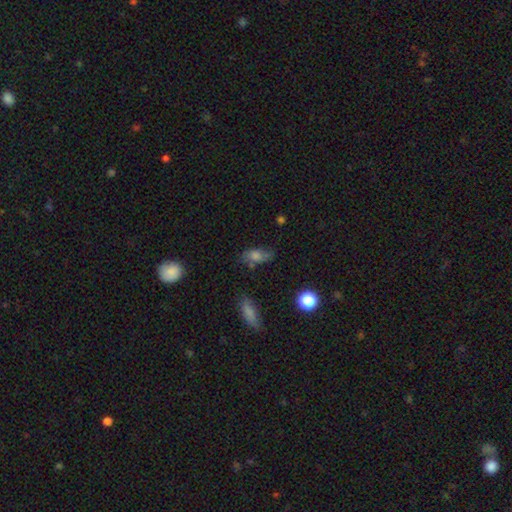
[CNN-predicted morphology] A smooth galaxy with no disk features (65%) that is in between round and cigar-shaped (79%). Merging: none (54%).